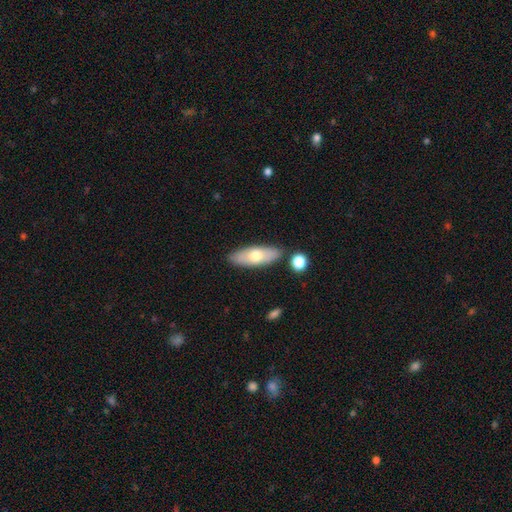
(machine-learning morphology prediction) A smooth galaxy with no disk features (65%) that is in between round and cigar-shaped (64%). Merging: none (83%).